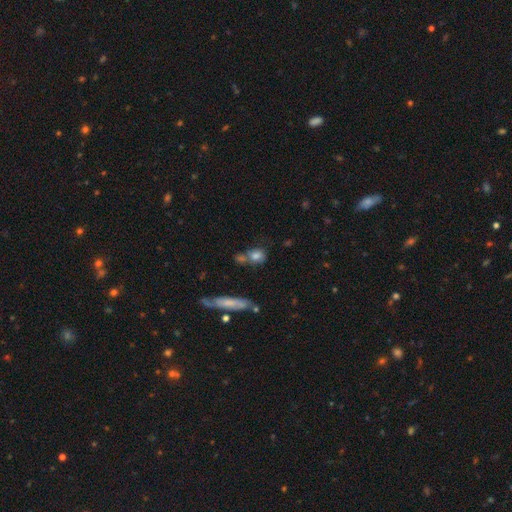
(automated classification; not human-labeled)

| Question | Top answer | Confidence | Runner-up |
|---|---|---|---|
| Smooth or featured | smooth | 75% | featured or disk (15%) |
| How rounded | round | 50% | in between (42%) |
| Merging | none | 46% | merger (27%) |